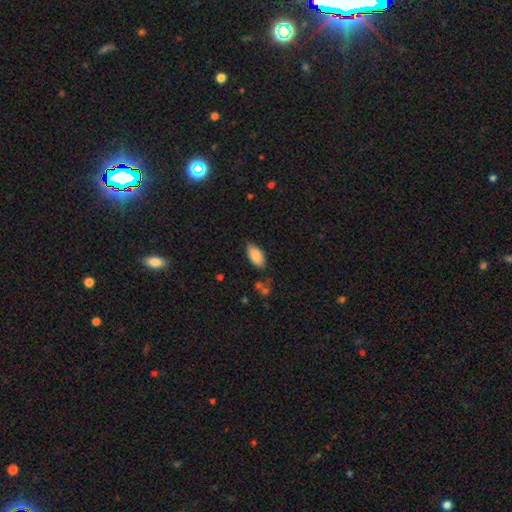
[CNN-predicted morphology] smooth-or-featured: smooth: 86% | featured or disk: 7% | star or artifact: 7%
  how-rounded: in between: 92% | cigar-shaped: 6% | round: 2%
  merging: none: 72% | minor disturbance: 20% | major disturbance: 4% | merger: 3%